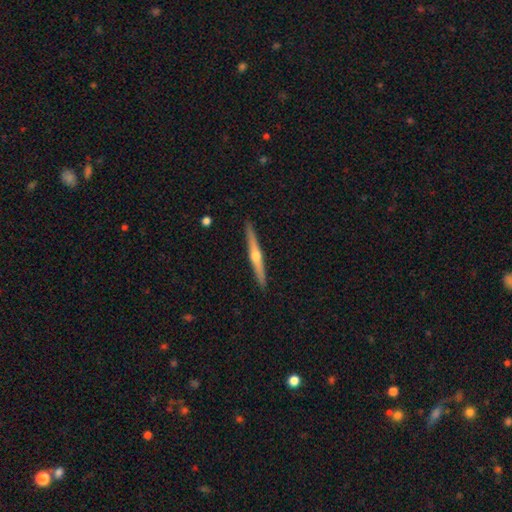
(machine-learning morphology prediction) smooth_or_featured: featured or disk (p=0.74) [alt: smooth p=0.21]
disk_edge_on: yes (p=0.98) [alt: no p=0.02]
edge_on_bulge: rounded (p=0.92) [alt: none p=0.05]
merging: none (p=0.92) [alt: minor disturbance p=0.05]